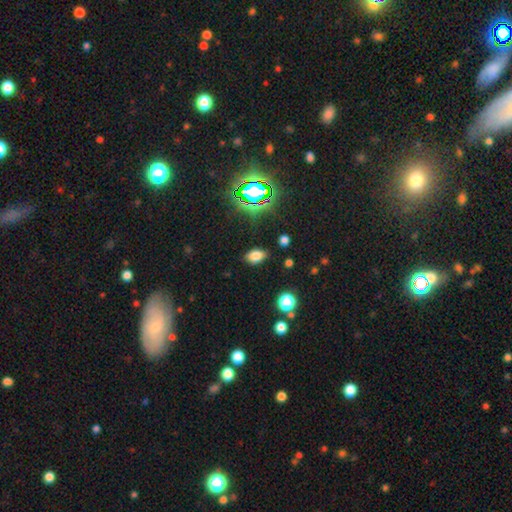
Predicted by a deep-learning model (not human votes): Smooth or featured?
  - smooth: 75% *
  - star or artifact: 17%
  - featured or disk: 8%
How rounded?
  - in between: 87% *
  - round: 12%
  - cigar-shaped: 2%
Merging?
  - none: 82% *
  - minor disturbance: 13%
  - major disturbance: 3%
  - merger: 2%